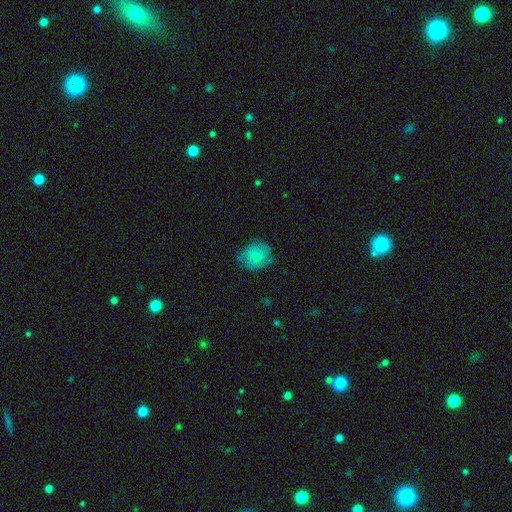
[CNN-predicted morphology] This appears to be a smooth galaxy with no disk features (63%) that is round (65%). Merging: none (65%).